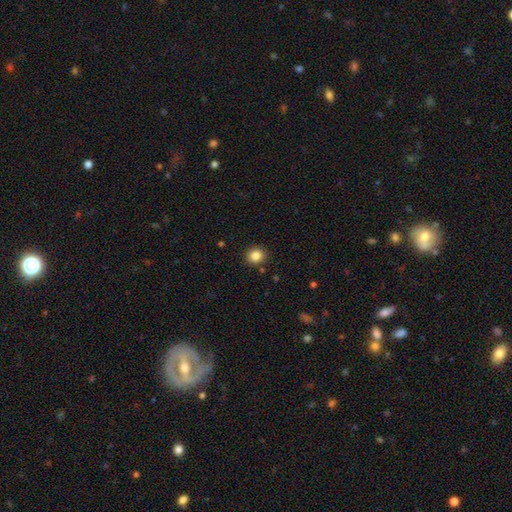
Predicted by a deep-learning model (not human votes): Smooth or featured?
  - smooth: 85% *
  - star or artifact: 10%
  - featured or disk: 5%
How rounded?
  - round: 78% *
  - in between: 21%
  - cigar-shaped: 1%
Merging?
  - none: 89% *
  - minor disturbance: 7%
  - major disturbance: 2%
  - merger: 2%